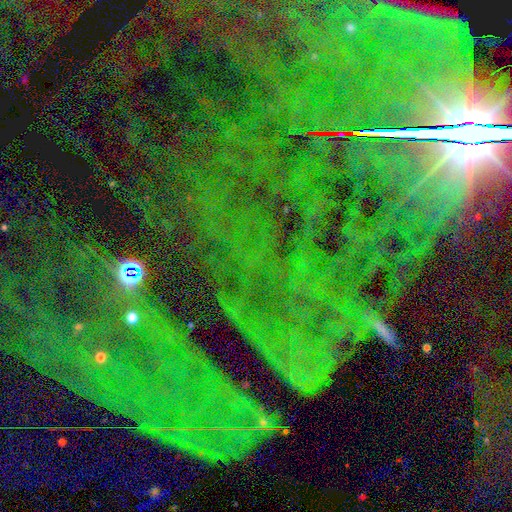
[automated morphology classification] star or artifact 86%, featured or disk 8%, smooth 6%.